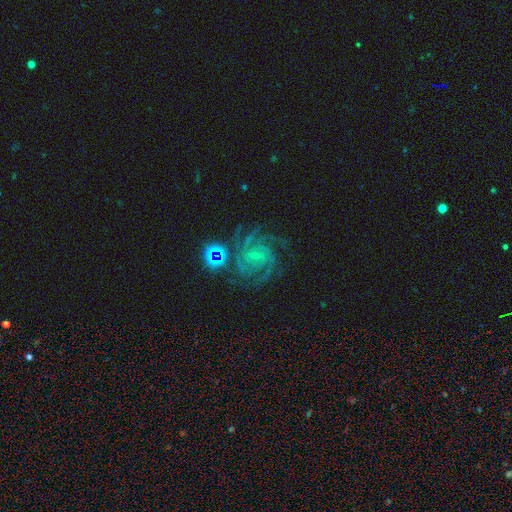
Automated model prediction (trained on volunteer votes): Smooth or featured: featured or disk — 86% (star or artifact — 9%)
Edge-on disk: no — 98% (yes — 2%)
Bar: no — 43% (tied with weak — 43%)
Spiral arms: yes — 98% (no — 2%)
Spiral winding: tight — 61% (medium — 34%)
Spiral arm count: 4 — 38% (3 — 20%)
Bulge size: small — 75% (moderate — 18%)
Merging: none — 69% (minor disturbance — 16%)